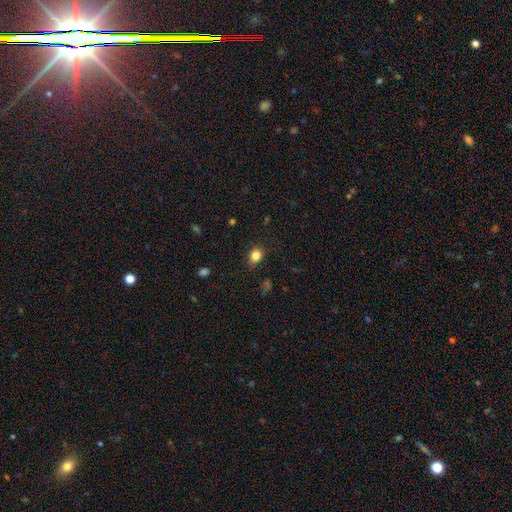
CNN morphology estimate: The model was most divided on "how rounded": round: 50%, in between: 49%, cigar-shaped: 1%. More confident: merging — none (85%); smooth or featured — smooth (83%).